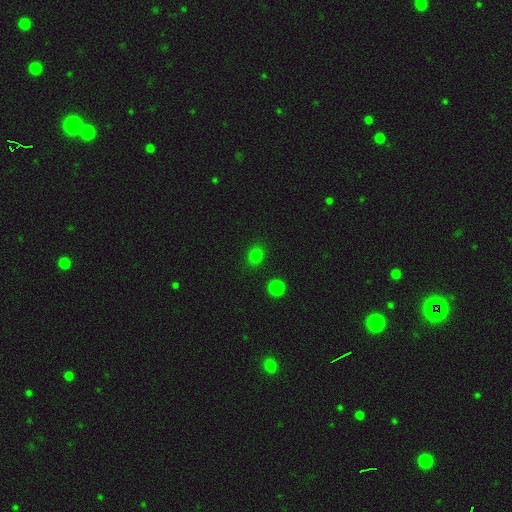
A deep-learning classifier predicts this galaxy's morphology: Overall: smooth (78%). How rounded: round (62%; in between 37%). Merging: none (87%).